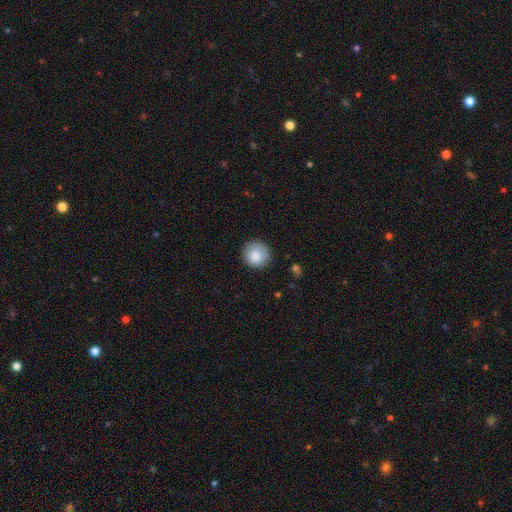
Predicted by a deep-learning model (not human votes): smooth-or-featured: smooth: 86% | star or artifact: 8% | featured or disk: 6%
  how-rounded: round: 95% | in between: 4% | cigar-shaped: 1%
  merging: none: 86% | minor disturbance: 10% | major disturbance: 2% | merger: 1%